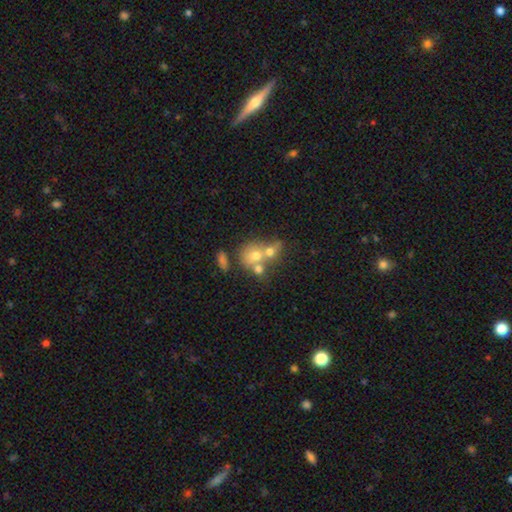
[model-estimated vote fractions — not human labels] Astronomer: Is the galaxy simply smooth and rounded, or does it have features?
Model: smooth — 59%.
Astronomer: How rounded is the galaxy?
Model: round — 66%.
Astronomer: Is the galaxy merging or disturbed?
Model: merger — 60%.